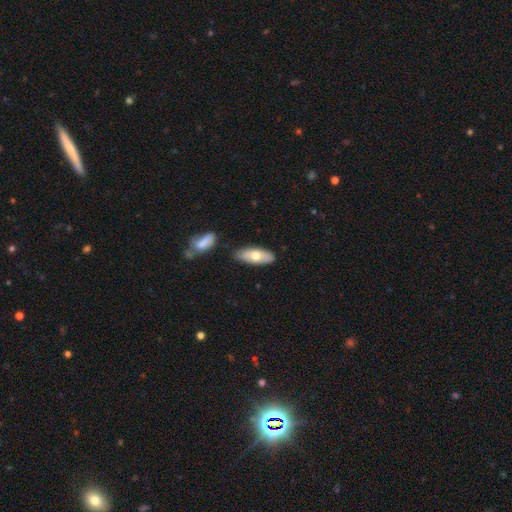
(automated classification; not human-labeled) Morphology: type=smooth (65%); roundness=in between (78%); merging=none (80%).